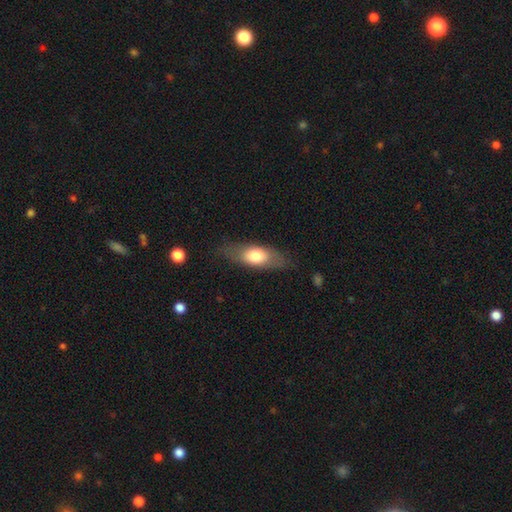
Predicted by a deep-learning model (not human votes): Smooth or featured: smooth — 68% (featured or disk — 26%)
How rounded: in between — 75% (cigar-shaped — 20%)
Merging: none — 76% (minor disturbance — 17%)